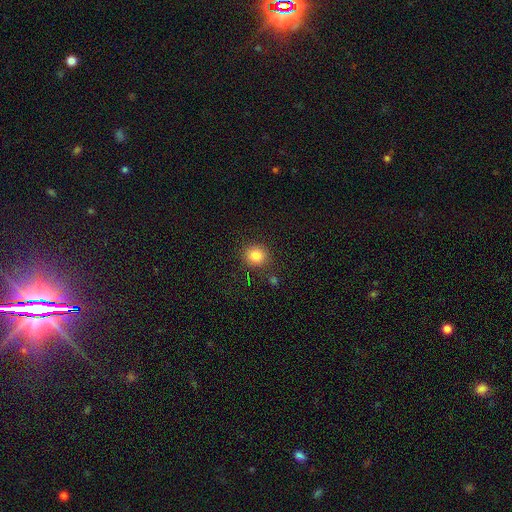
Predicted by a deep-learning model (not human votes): A smooth galaxy with no disk features (83%) that is round (85%). Merging: none (86%).